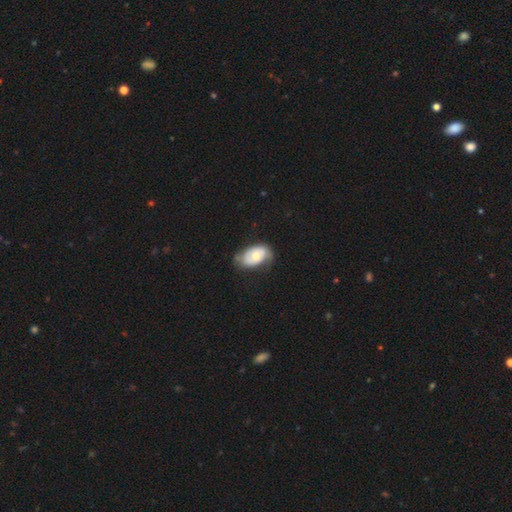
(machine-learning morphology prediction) type=smooth (49%); merging=none (54%).